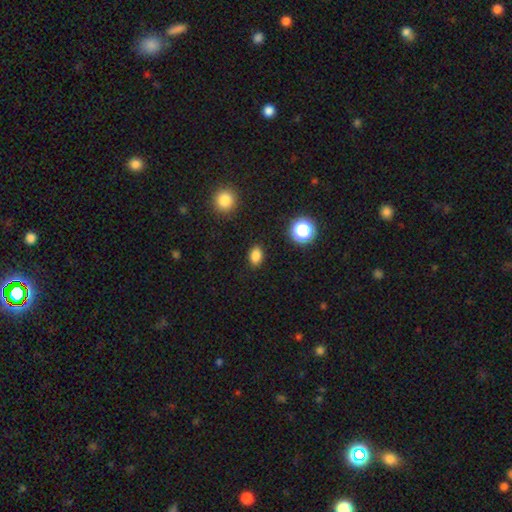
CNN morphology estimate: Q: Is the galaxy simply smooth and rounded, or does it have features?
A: smooth — 83%.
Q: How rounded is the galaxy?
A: in between — 76%.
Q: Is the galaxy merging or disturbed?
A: none — 88%.